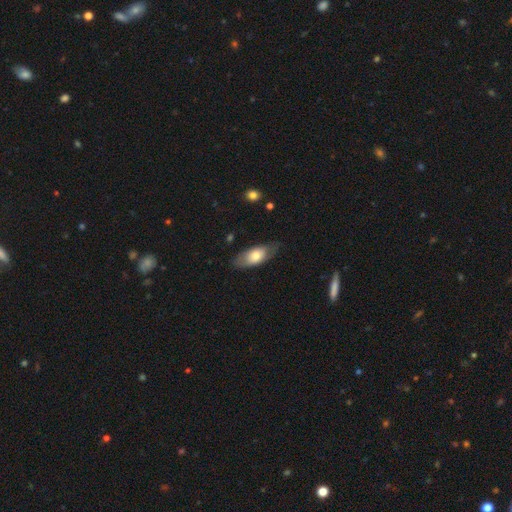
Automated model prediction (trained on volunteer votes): smooth 66%, featured or disk 28%, star or artifact 6%. Down the decision tree: how rounded — in between (85%); merging — none (73%).